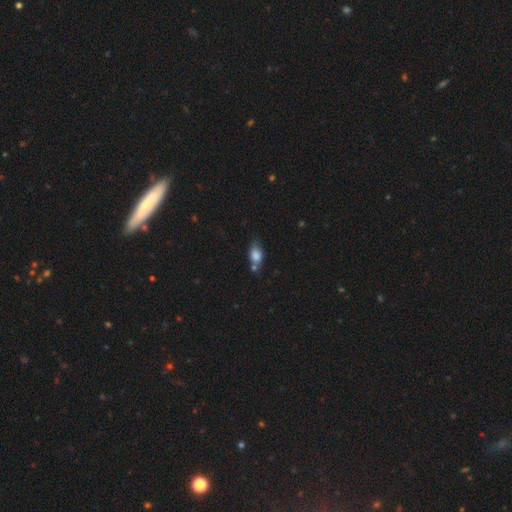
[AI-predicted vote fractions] Q: Smooth or featured?
A: smooth (82%); runner-up: featured or disk (10%)
Q: How rounded?
A: in between (80%); runner-up: round (15%)
Q: Merging?
A: none (46%); runner-up: minor disturbance (25%)